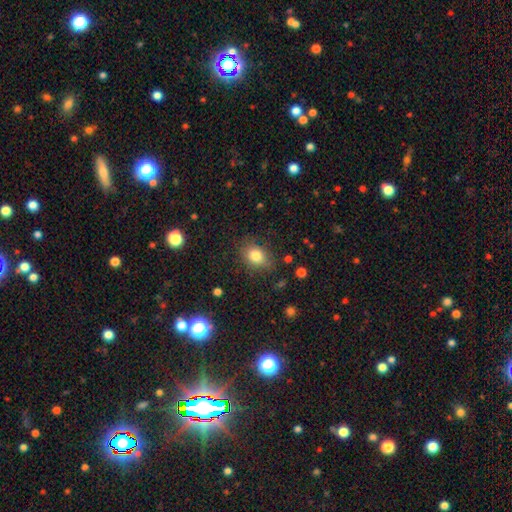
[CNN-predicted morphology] Smooth or featured? smooth (80%)
How rounded? in between (63%)
Merging? none (77%)